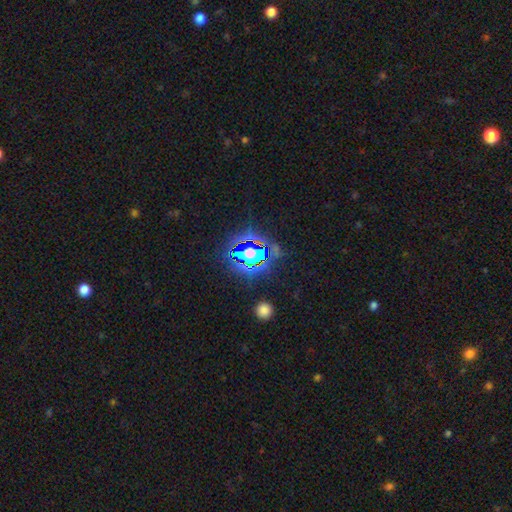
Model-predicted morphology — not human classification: The model was most divided on "smooth or featured": star or artifact: 83%, smooth: 11%, featured or disk: 7%.